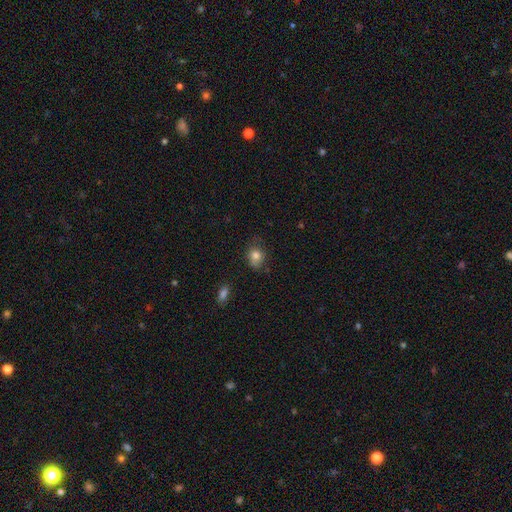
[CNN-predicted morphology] Smooth or featured? smooth (80%)
How rounded? round (50%)
Merging? none (67%)